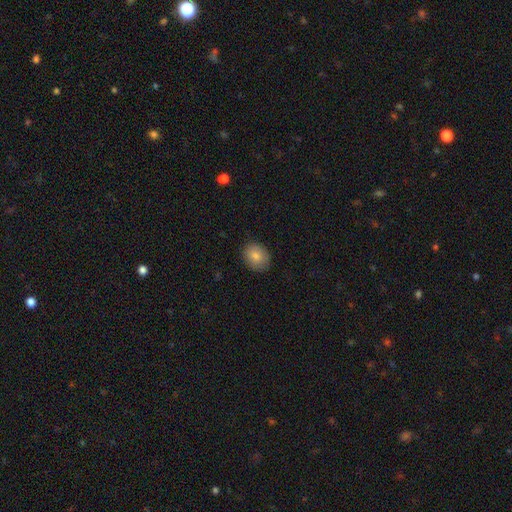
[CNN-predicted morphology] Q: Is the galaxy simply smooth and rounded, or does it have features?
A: smooth — 82%.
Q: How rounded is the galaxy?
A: round — 50%.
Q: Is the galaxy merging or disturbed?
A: none — 86%.